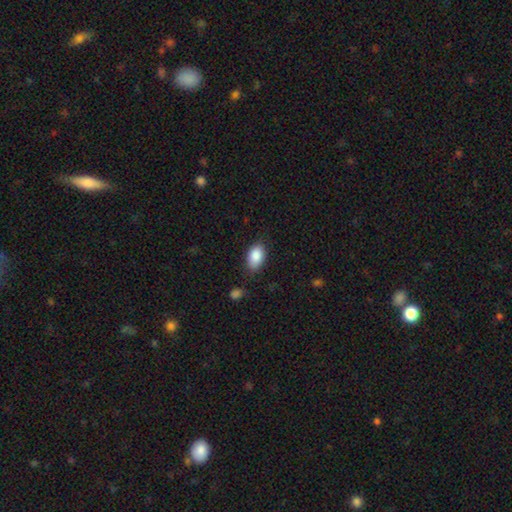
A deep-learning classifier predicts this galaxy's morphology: smooth_or_featured: smooth (p=0.88) [alt: star or artifact p=0.07]
how_rounded: in between (p=0.91) [alt: round p=0.07]
merging: none (p=0.78) [alt: minor disturbance p=0.16]